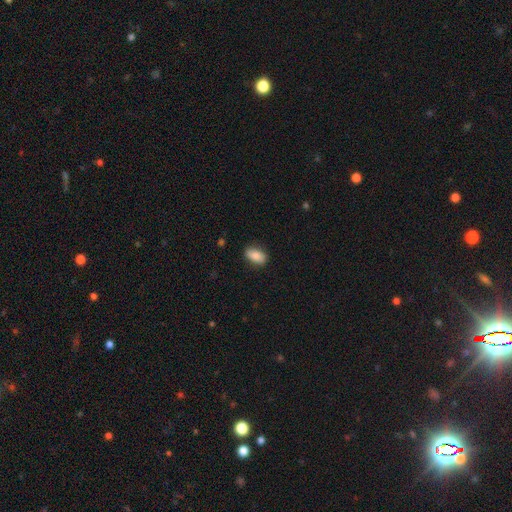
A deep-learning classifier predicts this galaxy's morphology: The model was most divided on "merging": none: 85%, minor disturbance: 12%, major disturbance: 2%, merger: 1%. More confident: how rounded — in between (90%); smooth or featured — smooth (83%).